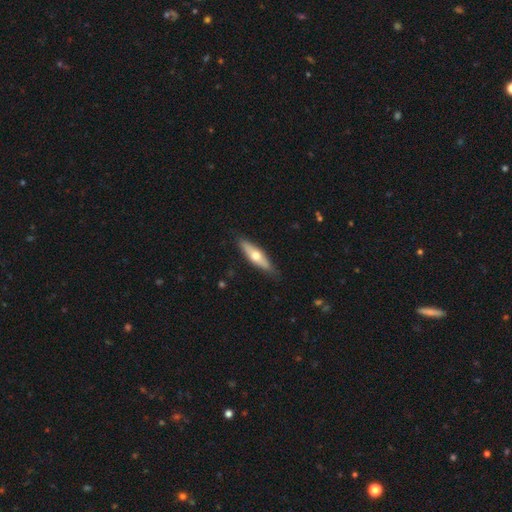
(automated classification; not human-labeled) Overall: smooth (52%; featured or disk 43%). How rounded: cigar-shaped (64%; in between 34%). Merging: none (85%).